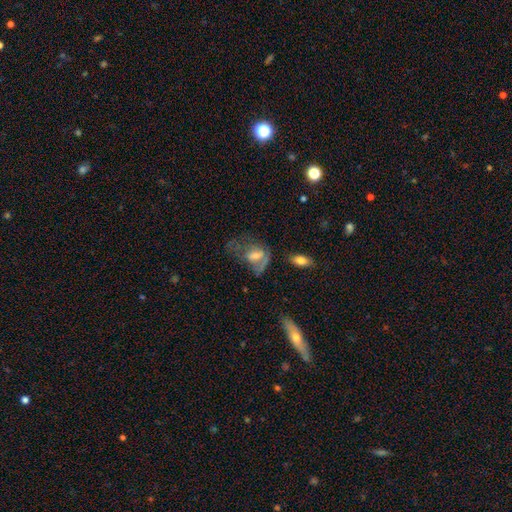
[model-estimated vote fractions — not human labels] smooth 48%, featured or disk 42%, star or artifact 10%. Down the decision tree: merging — major disturbance (50%).